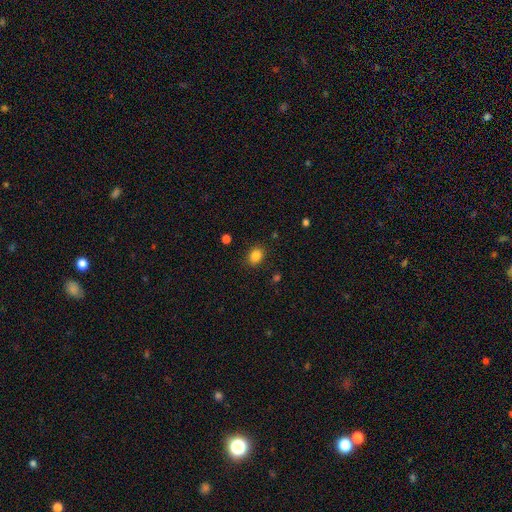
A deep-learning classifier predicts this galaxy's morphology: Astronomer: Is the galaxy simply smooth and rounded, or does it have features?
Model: smooth — 86%.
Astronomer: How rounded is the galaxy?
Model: in between — 56% (runner-up: round, 43%).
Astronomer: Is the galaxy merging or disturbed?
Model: none — 86%.